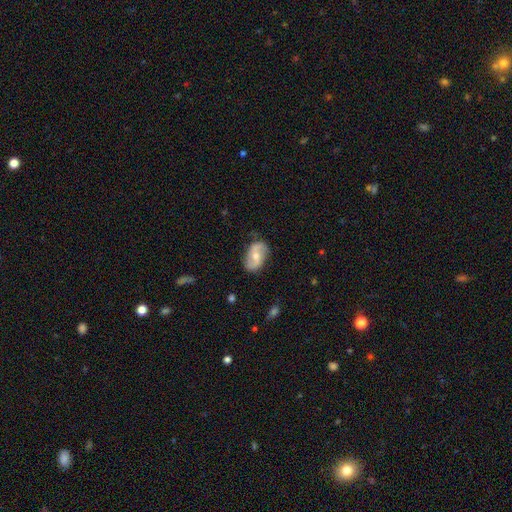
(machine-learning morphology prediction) A featured or disk galaxy (58%) with no bar (45%), spiral arms (79%) and a moderate central bulge (61%). Merging: none (77%).